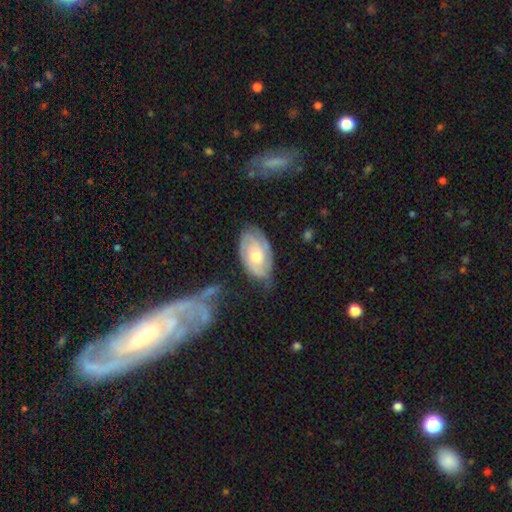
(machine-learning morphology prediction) type=featured or disk (71%); edge-on=no (95%); bar=no (74%); spiral arms=yes (88%); winding=tight (63%); arm count=2 (38%); bulge=moderate (63%); merging=none (62%).